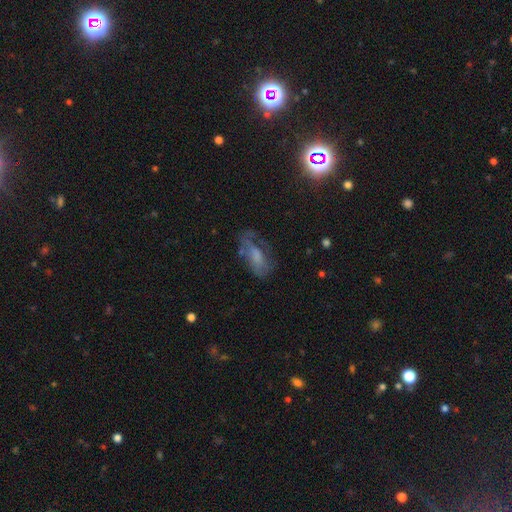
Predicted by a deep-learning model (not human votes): Smooth or featured: featured or disk — 44% (smooth — 42%)
Merging: none — 46% (major disturbance — 26%)